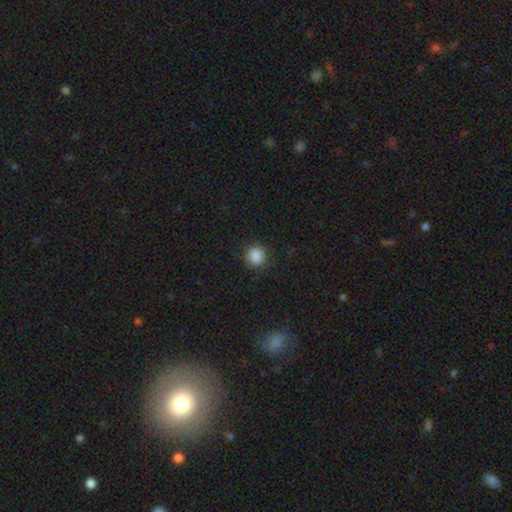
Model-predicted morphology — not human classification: The model was most divided on "how rounded": round: 88%, in between: 11%, cigar-shaped: 1%. More confident: merging — none (89%); smooth or featured — smooth (87%).